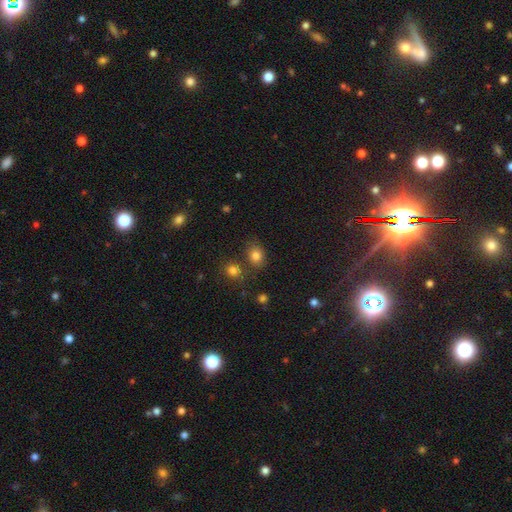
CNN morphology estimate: This is clearly a smooth galaxy (81%). How rounded: possibly round (54%). Merging: likely none (72%).